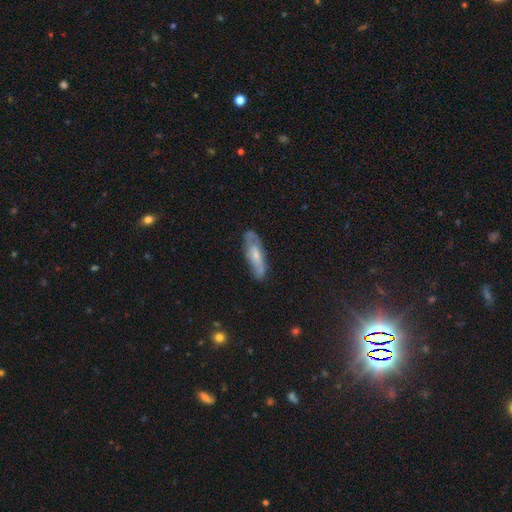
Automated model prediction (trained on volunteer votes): This is possibly a featured or disk galaxy (48%). Merging: likely none (72%).